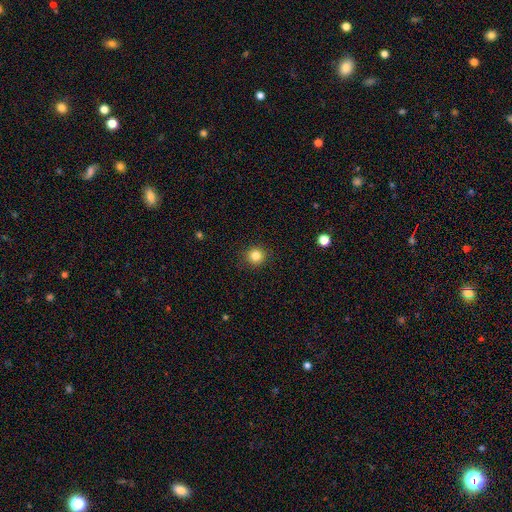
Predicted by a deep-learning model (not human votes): Overall: smooth (83%). How rounded: round (93%). Merging: none (91%).